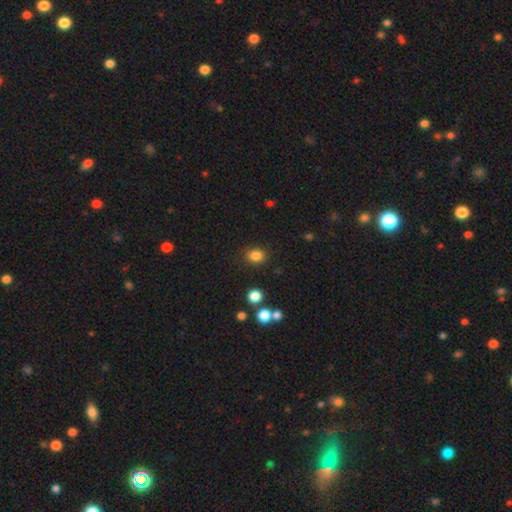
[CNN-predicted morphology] type=smooth (84%); roundness=round (59%); merging=none (87%).